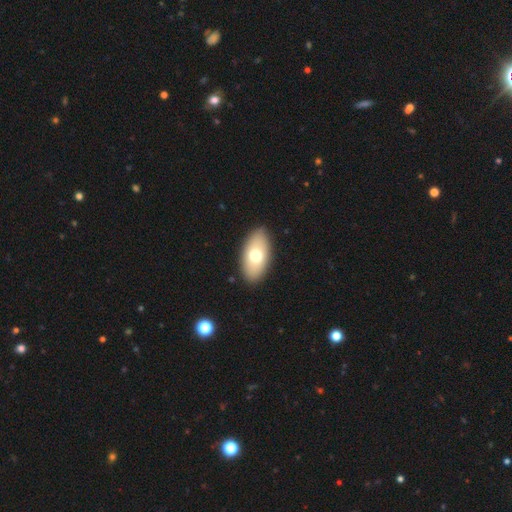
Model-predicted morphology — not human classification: smooth-or-featured: smooth: 68% | featured or disk: 25% | star or artifact: 7%
  how-rounded: in between: 93% | round: 4% | cigar-shaped: 3%
  merging: none: 88% | minor disturbance: 9% | major disturbance: 2% | merger: 1%